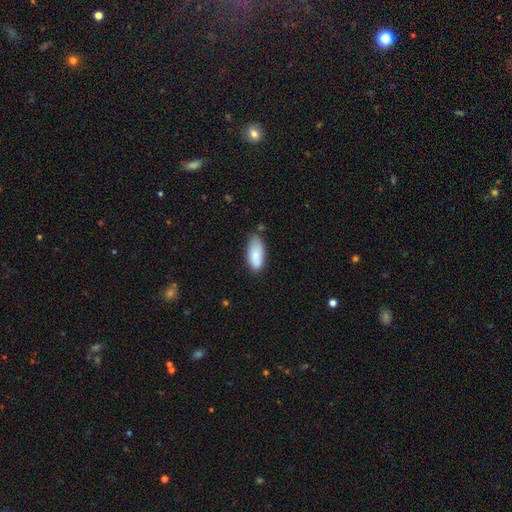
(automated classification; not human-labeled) The model was most divided on "merging": none: 65%, minor disturbance: 27%, major disturbance: 4%, merger: 4%. More confident: how rounded — in between (89%); smooth or featured — smooth (81%).